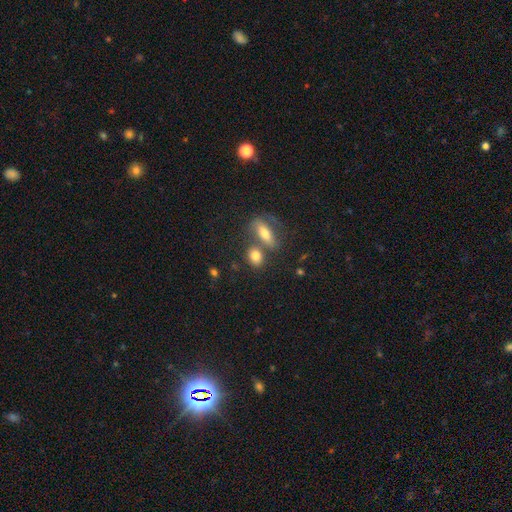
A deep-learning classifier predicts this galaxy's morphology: smooth-or-featured: smooth: 76% | featured or disk: 14% | star or artifact: 9%
  how-rounded: in between: 58% | round: 36% | cigar-shaped: 6%
  merging: none: 52% | merger: 34% | minor disturbance: 10% | major disturbance: 4%